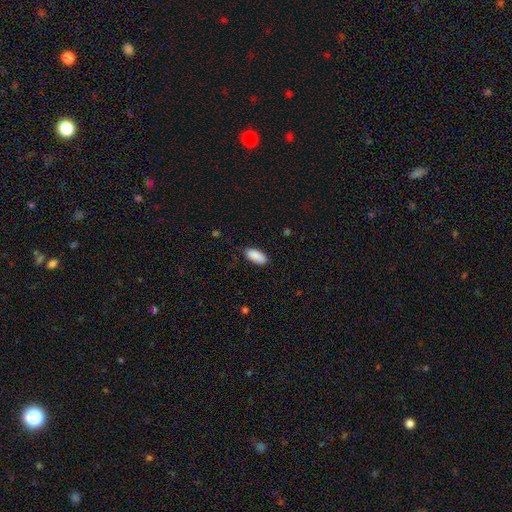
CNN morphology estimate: Q: Smooth or featured?
A: smooth (90%); runner-up: star or artifact (6%)
Q: How rounded?
A: in between (88%); runner-up: cigar-shaped (11%)
Q: Merging?
A: none (84%); runner-up: minor disturbance (12%)